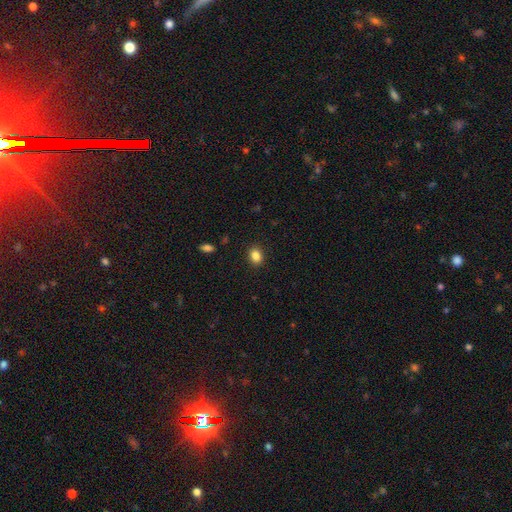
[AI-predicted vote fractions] The model was most divided on "how rounded": in between: 58%, round: 41%, cigar-shaped: 1%. More confident: merging — none (89%); smooth or featured — smooth (86%).